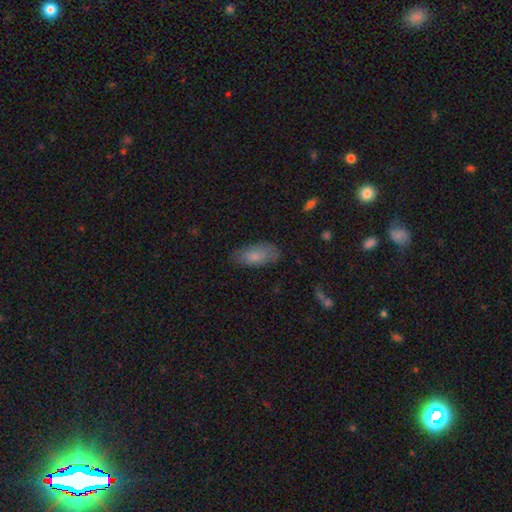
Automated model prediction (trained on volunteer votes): A smooth galaxy with no disk features (79%) that is in between round and cigar-shaped (87%).

Vote fractions:
- Smooth or featured? smooth: 79% / featured or disk: 14% / star or artifact: 6%
- How rounded? in between: 87% / cigar-shaped: 10% / round: 2%
- Merging? none: 76% / minor disturbance: 19% / major disturbance: 4% / merger: 1%